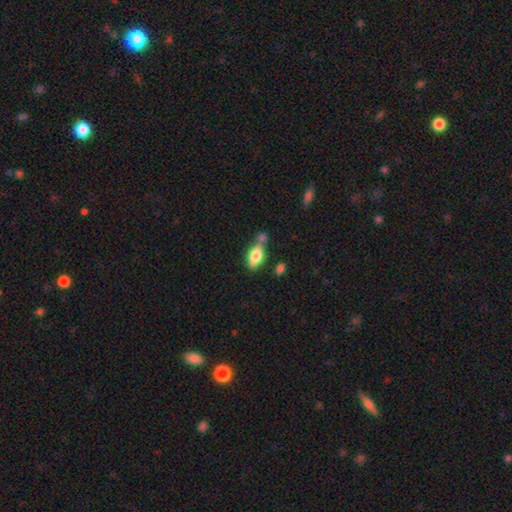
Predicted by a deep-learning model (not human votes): smooth-or-featured: smooth: 76% | featured or disk: 17% | star or artifact: 7%
  how-rounded: in between: 86% | cigar-shaped: 10% | round: 4%
  merging: none: 51% | merger: 28% | minor disturbance: 16% | major disturbance: 5%